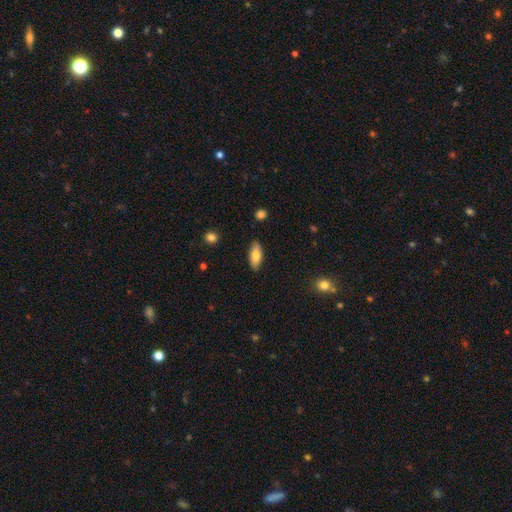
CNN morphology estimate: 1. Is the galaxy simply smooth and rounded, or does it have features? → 80% smooth, 14% featured or disk, 6% star or artifact.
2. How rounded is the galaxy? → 82% in between, 16% cigar-shaped, 2% round.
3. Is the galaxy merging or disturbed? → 86% none, 11% minor disturbance, 2% major disturbance, 1% merger.